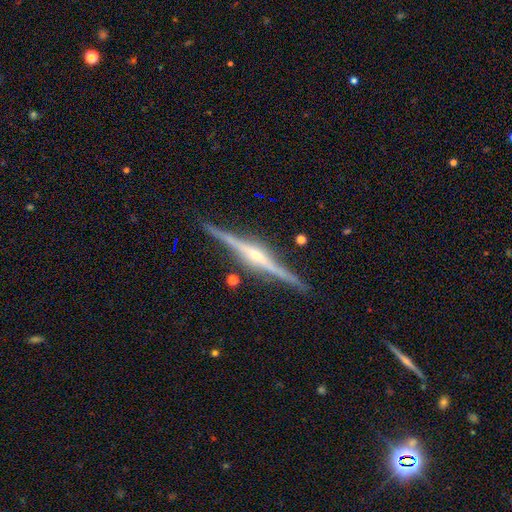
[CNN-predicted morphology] smooth_or_featured: featured or disk (p=0.89) [alt: smooth p=0.06]
disk_edge_on: yes (p=0.98) [alt: no p=0.02]
edge_on_bulge: rounded (p=0.84) [alt: boxy p=0.09]
merging: none (p=0.88) [alt: minor disturbance p=0.08]